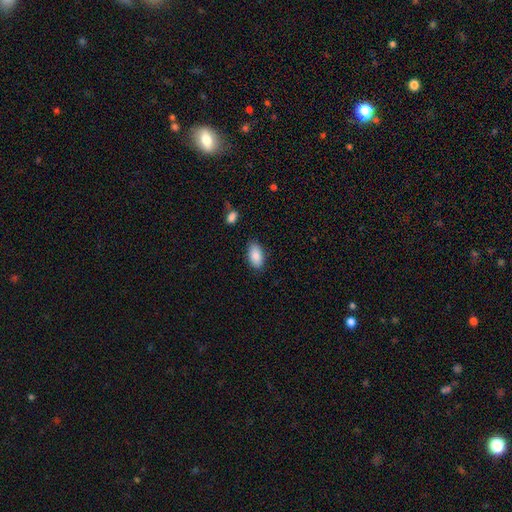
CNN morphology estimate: smooth-or-featured: smooth: 88% | star or artifact: 7% | featured or disk: 6%
  how-rounded: in between: 93% | cigar-shaped: 4% | round: 4%
  merging: none: 84% | minor disturbance: 11% | major disturbance: 3% | merger: 2%